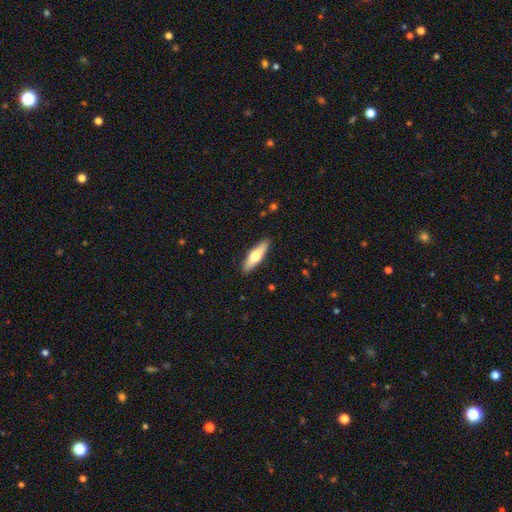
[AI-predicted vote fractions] A smooth galaxy with no disk features (52%) that is cigar-shaped (62%).

Vote fractions:
- Smooth or featured? smooth: 52% / featured or disk: 42% / star or artifact: 5%
- How rounded? cigar-shaped: 62% / in between: 36% / round: 2%
- Merging? none: 90% / minor disturbance: 7% / major disturbance: 2% / merger: 1%